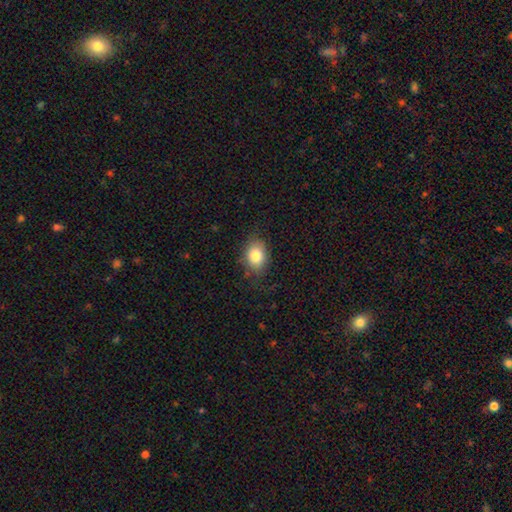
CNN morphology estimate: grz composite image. It shows a smooth galaxy with no disk features (82%) that is in between round and cigar-shaped (66%). Merging: none (78%).